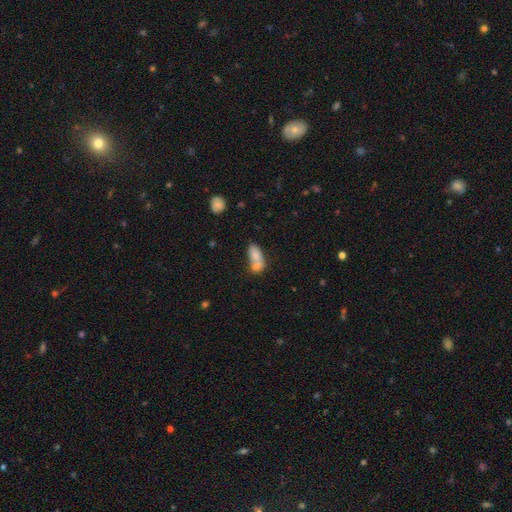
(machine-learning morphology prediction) type=smooth (76%); roundness=in between (82%); merging=merger (68%).